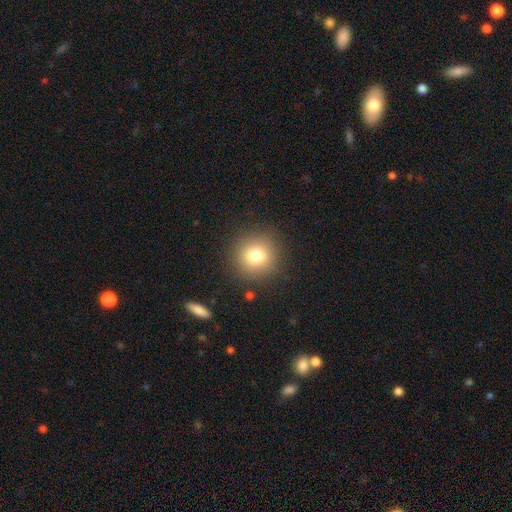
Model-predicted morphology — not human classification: A smooth galaxy with no disk features (77%) that is round (94%). Merging: none (89%).